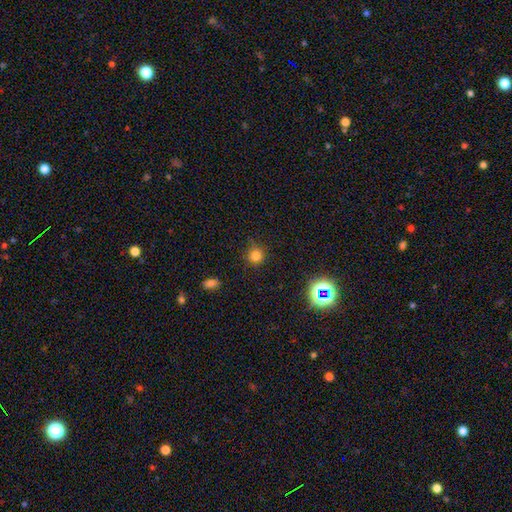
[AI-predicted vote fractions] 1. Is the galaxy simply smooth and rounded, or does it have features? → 76% smooth, 18% star or artifact, 6% featured or disk.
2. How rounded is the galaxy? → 92% round, 7% in between, 1% cigar-shaped.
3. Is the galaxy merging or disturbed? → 82% none, 13% minor disturbance, 4% major disturbance, 2% merger.